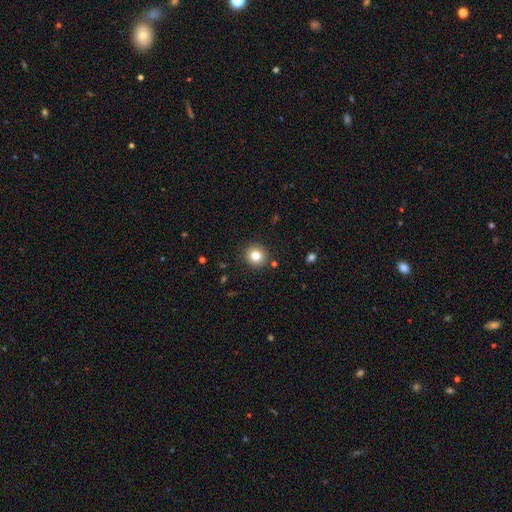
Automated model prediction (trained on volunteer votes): A smooth galaxy with no disk features (81%) that is round (90%).

Vote fractions:
- Smooth or featured? smooth: 81% / star or artifact: 11% / featured or disk: 8%
- How rounded? round: 90% / in between: 9% / cigar-shaped: 1%
- Merging? none: 89% / minor disturbance: 6% / major disturbance: 2% / merger: 2%